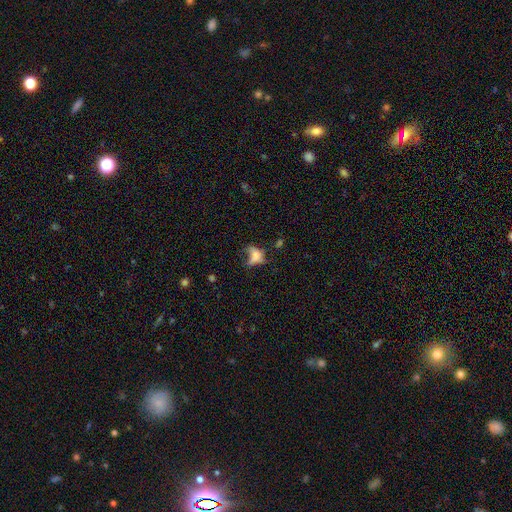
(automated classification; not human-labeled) A smooth galaxy with no disk features (52%) that is in between round and cigar-shaped (76%).

Vote fractions:
- Smooth or featured? smooth: 52% / featured or disk: 32% / star or artifact: 16%
- How rounded? in between: 76% / round: 17% / cigar-shaped: 7%
- Merging? major disturbance: 40% / none: 27% / minor disturbance: 21% / merger: 11%